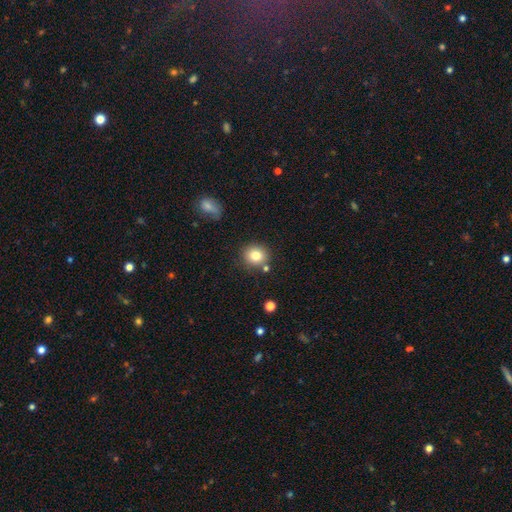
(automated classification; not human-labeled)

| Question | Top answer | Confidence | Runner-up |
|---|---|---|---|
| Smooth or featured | smooth | 82% | star or artifact (10%) |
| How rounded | round | 84% | in between (15%) |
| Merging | none | 80% | minor disturbance (10%) |